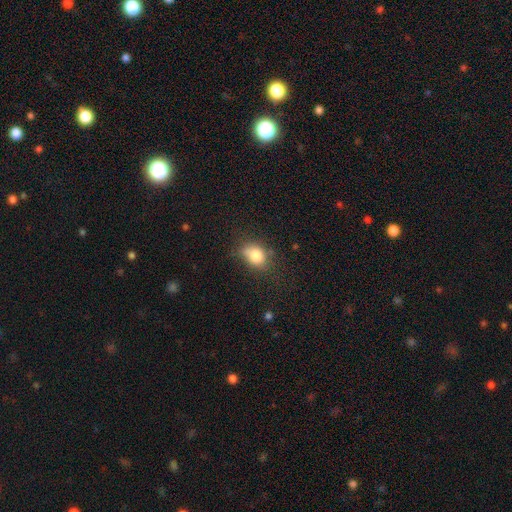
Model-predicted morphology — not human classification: Smooth or featured? Predicted: smooth (p=0.79). How rounded? Predicted: in between (p=0.57). Merging? Predicted: none (p=0.57).